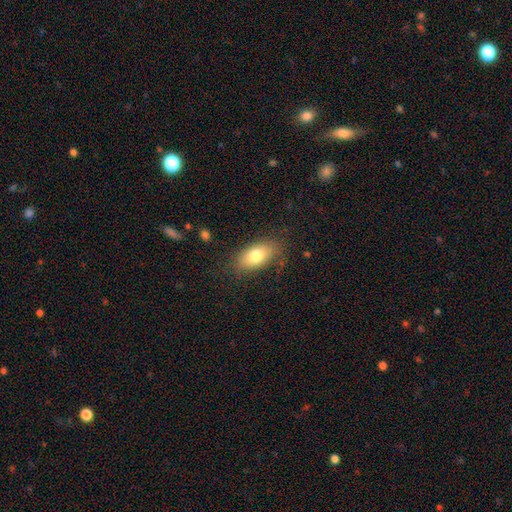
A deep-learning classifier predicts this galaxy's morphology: Q: Smooth or featured?
A: smooth (77%); runner-up: featured or disk (15%)
Q: How rounded?
A: in between (90%); runner-up: round (5%)
Q: Merging?
A: none (79%); runner-up: minor disturbance (15%)